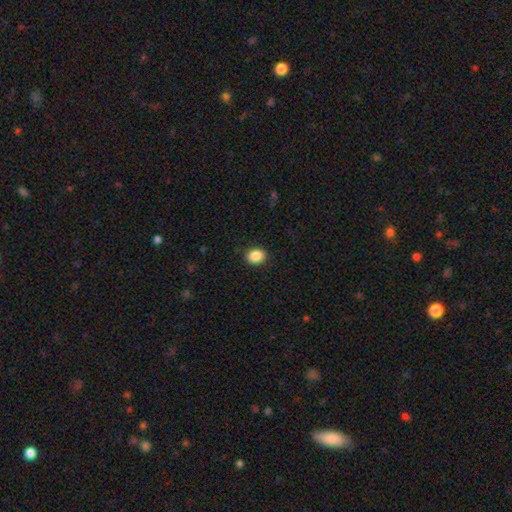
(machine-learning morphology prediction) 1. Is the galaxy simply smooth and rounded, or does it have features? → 88% smooth, 8% star or artifact, 4% featured or disk.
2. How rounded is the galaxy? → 53% in between, 47% round, 1% cigar-shaped.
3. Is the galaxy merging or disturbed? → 90% none, 7% minor disturbance, 2% major disturbance, 1% merger.